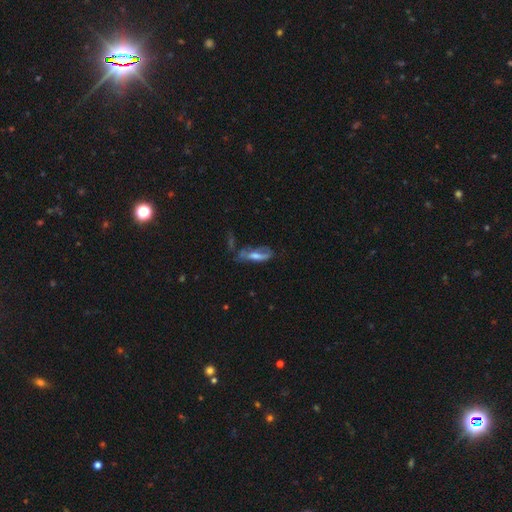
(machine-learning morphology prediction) A featured or disk galaxy (52%).

Vote fractions:
- Smooth or featured? featured or disk: 52% / smooth: 38% / star or artifact: 10%
- Edge-on disk? no: 63% / yes: 37%
- Merging? none: 39% / minor disturbance: 25% / major disturbance: 24% / merger: 12%